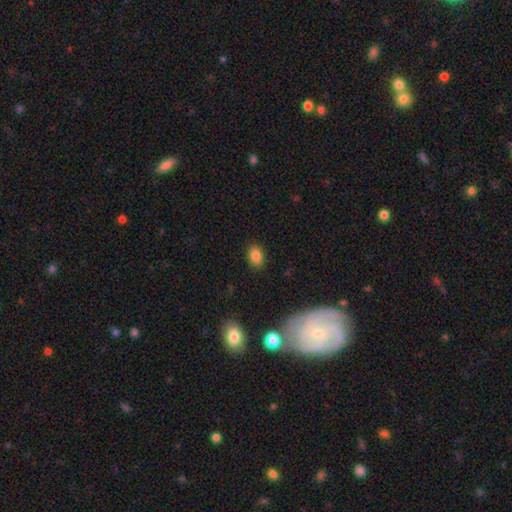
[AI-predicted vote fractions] Smooth or featured?
  - smooth: 84% *
  - star or artifact: 11%
  - featured or disk: 5%
How rounded?
  - in between: 75% *
  - round: 24%
  - cigar-shaped: 1%
Merging?
  - none: 86% *
  - minor disturbance: 10%
  - major disturbance: 3%
  - merger: 1%